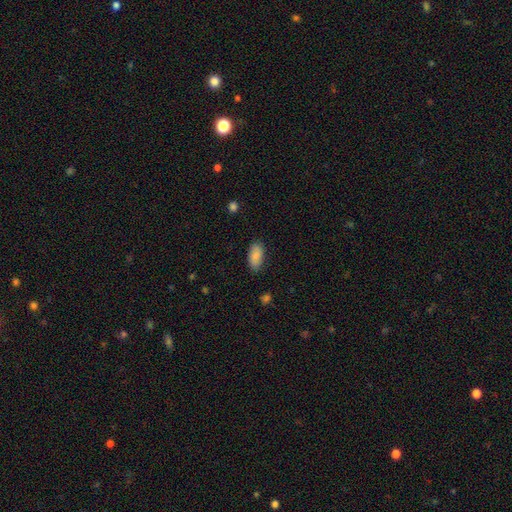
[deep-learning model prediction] Smooth or featured?
  - smooth: 86% *
  - featured or disk: 7%
  - star or artifact: 7%
How rounded?
  - in between: 92% *
  - cigar-shaped: 5%
  - round: 3%
Merging?
  - none: 85% *
  - minor disturbance: 12%
  - major disturbance: 3%
  - merger: 1%